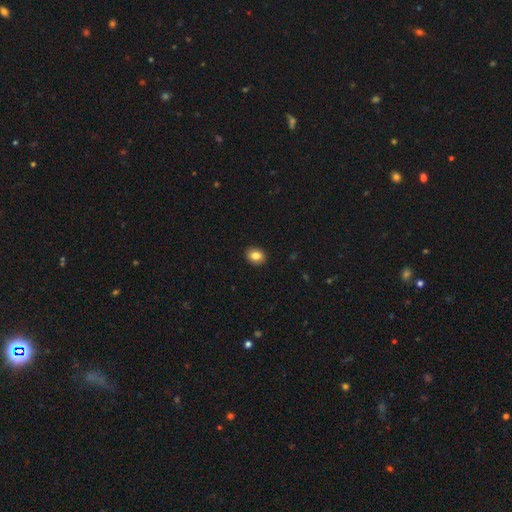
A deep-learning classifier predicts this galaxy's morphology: Smooth or featured: smooth — 83% (star or artifact — 9%)
How rounded: round — 52% (in between — 47%)
Merging: none — 91% (minor disturbance — 6%)